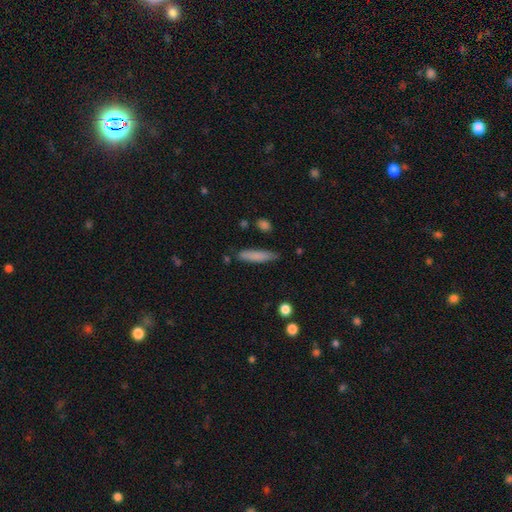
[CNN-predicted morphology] Smooth or featured: smooth — 81% (featured or disk — 12%)
How rounded: cigar-shaped — 84% (in between — 15%)
Merging: none — 79% (minor disturbance — 16%)